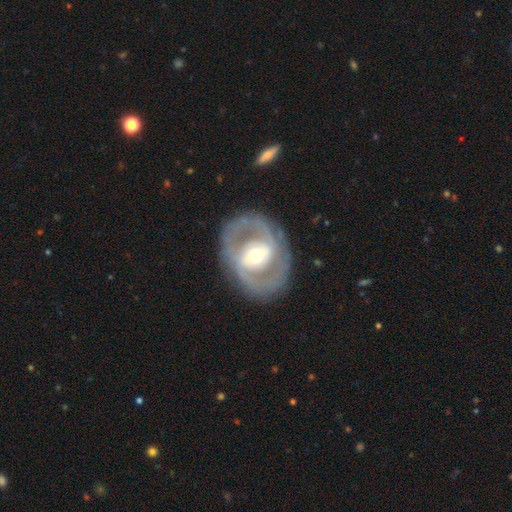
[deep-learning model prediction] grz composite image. It shows a featured or disk galaxy (78%) with a weak bar (39%), spiral arms (64%) and a moderate central bulge (67%). Merging: none (80%).